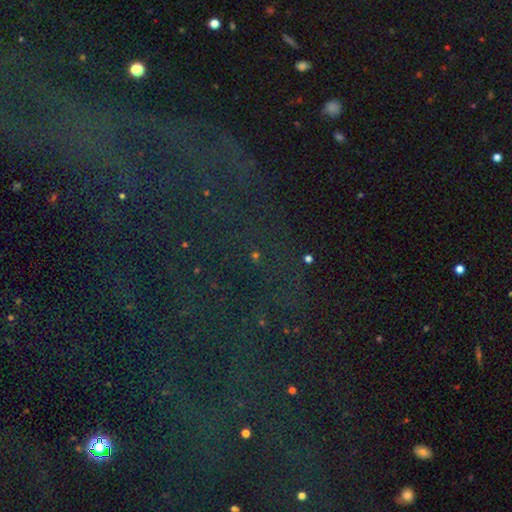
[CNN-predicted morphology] This is likely a star or artifact rather than a galaxy (74%).